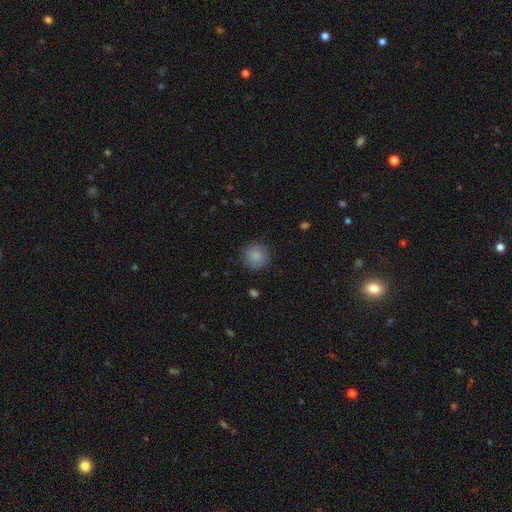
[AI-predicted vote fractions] Q: Smooth or featured?
A: smooth (86%); runner-up: star or artifact (8%)
Q: How rounded?
A: round (91%); runner-up: in between (8%)
Q: Merging?
A: none (83%); runner-up: minor disturbance (12%)